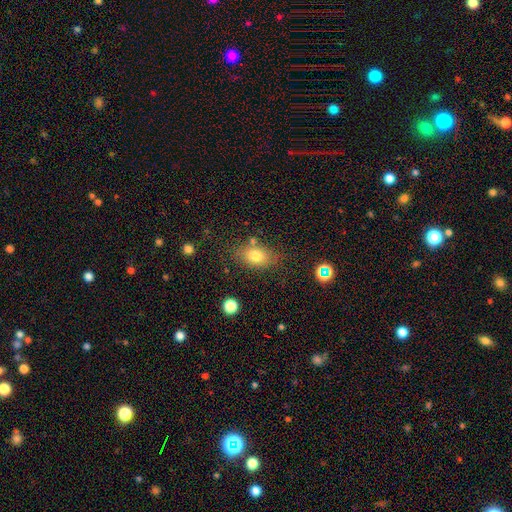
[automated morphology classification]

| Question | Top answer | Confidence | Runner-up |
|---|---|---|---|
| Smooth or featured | smooth | 77% | featured or disk (13%) |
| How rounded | in between | 80% | round (18%) |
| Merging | none | 74% | minor disturbance (15%) |